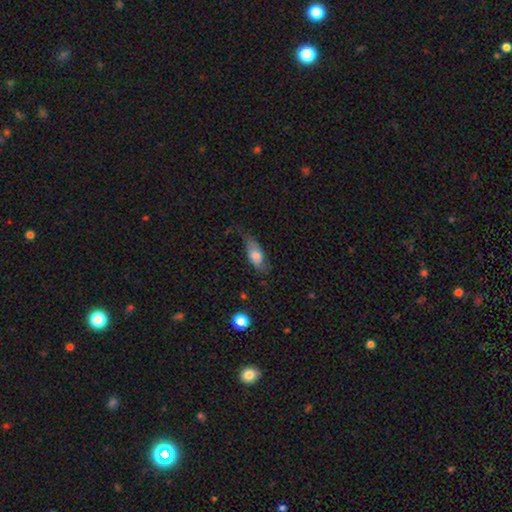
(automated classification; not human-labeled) This is likely a smooth galaxy (66%). How rounded: likely in between (78%). Merging: marginally none (45%).